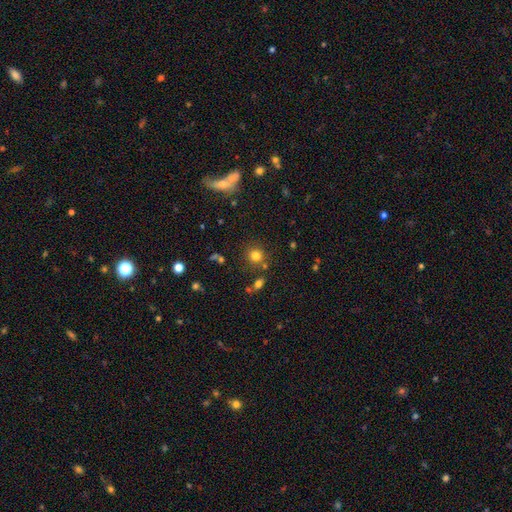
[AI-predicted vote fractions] Smooth or featured?
  - smooth: 76% *
  - star or artifact: 16%
  - featured or disk: 7%
How rounded?
  - round: 89% *
  - in between: 10%
  - cigar-shaped: 1%
Merging?
  - none: 79% *
  - minor disturbance: 9%
  - merger: 8%
  - major disturbance: 3%